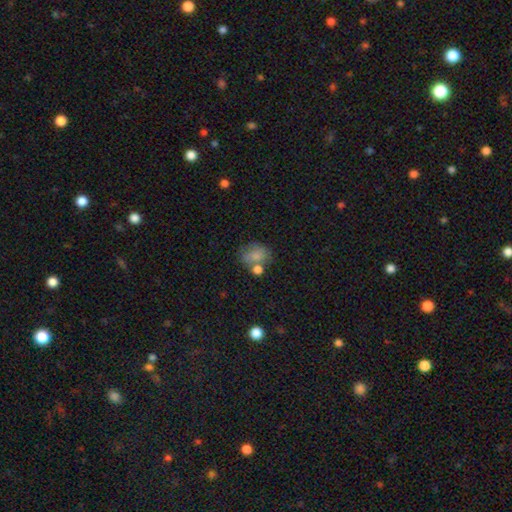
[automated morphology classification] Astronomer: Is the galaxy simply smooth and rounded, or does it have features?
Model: smooth — 74%.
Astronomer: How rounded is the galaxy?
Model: in between — 51% (runner-up: round, 48%).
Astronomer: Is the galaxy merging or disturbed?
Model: none — 42% (runner-up: merger, 28%).